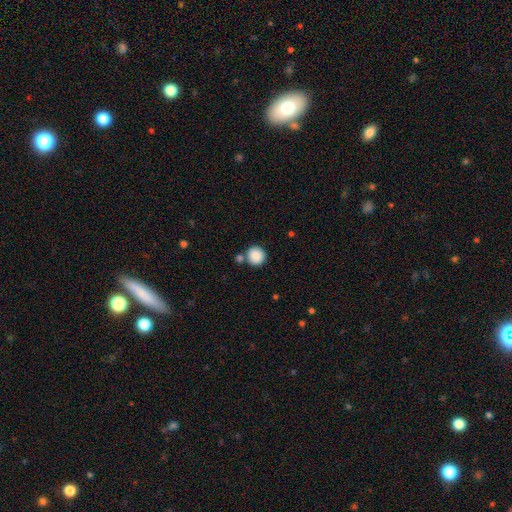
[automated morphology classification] Smooth or featured?
  - smooth: 88% *
  - star or artifact: 8%
  - featured or disk: 4%
How rounded?
  - round: 92% *
  - in between: 7%
  - cigar-shaped: 1%
Merging?
  - none: 72% *
  - merger: 15%
  - minor disturbance: 9%
  - major disturbance: 3%